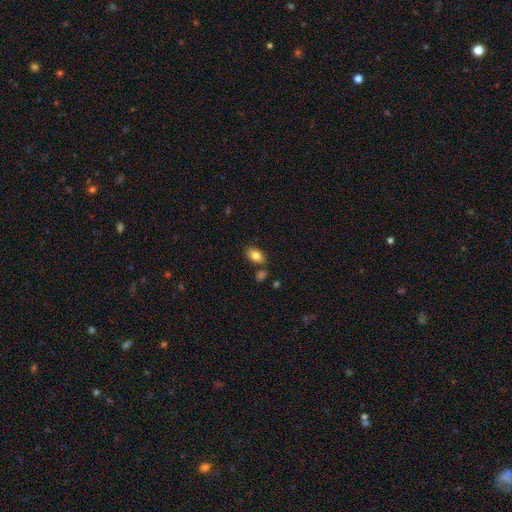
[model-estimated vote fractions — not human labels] Smooth or featured: smooth — 82% (featured or disk — 10%)
How rounded: in between — 90% (round — 8%)
Merging: none — 78% (minor disturbance — 12%)